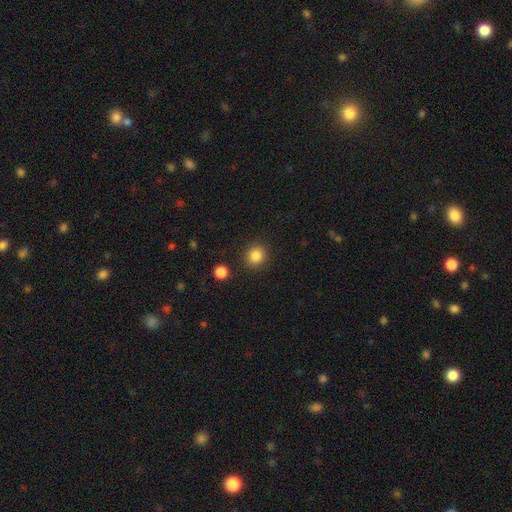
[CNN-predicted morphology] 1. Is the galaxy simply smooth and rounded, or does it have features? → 85% smooth, 11% star or artifact, 5% featured or disk.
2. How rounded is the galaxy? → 87% round, 12% in between, 1% cigar-shaped.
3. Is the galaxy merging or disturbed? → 89% none, 6% minor disturbance, 2% merger, 2% major disturbance.